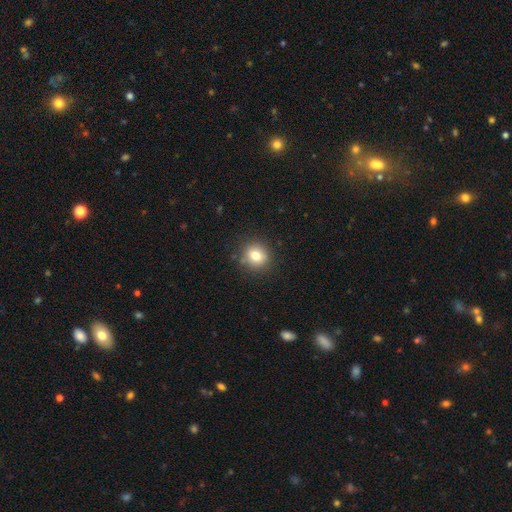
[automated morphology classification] This appears to be a smooth galaxy with no disk features (81%) that is round (85%). Merging: none (88%).